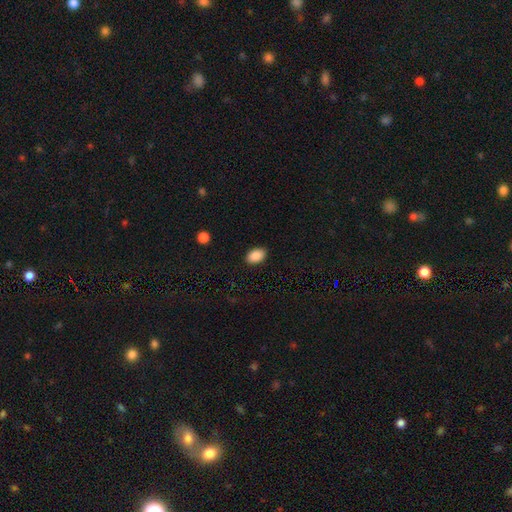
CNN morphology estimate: A smooth galaxy with no disk features (89%) that is in between round and cigar-shaped (89%).

Vote fractions:
- Smooth or featured? smooth: 89% / star or artifact: 8% / featured or disk: 3%
- How rounded? in between: 89% / round: 10% / cigar-shaped: 1%
- Merging? none: 89% / minor disturbance: 7% / major disturbance: 2% / merger: 1%